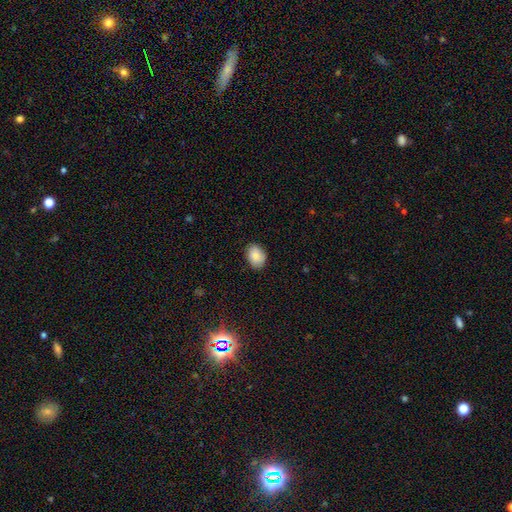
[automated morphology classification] smooth-or-featured: smooth: 86% | star or artifact: 7% | featured or disk: 7%
  how-rounded: in between: 74% | round: 25% | cigar-shaped: 1%
  merging: none: 82% | minor disturbance: 14% | major disturbance: 2% | merger: 1%